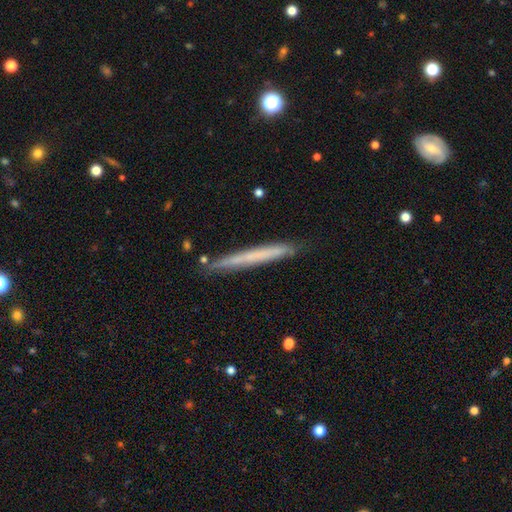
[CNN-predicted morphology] smooth 54%, featured or disk 40%, star or artifact 6%. Down the decision tree: how rounded — cigar-shaped (97%); merging — none (85%).